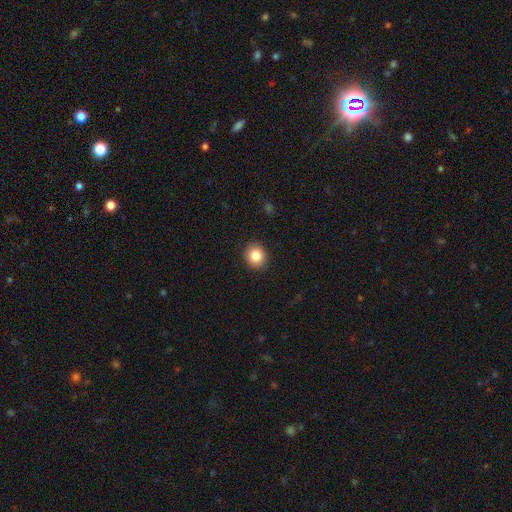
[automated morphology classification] smooth_or_featured: smooth (p=0.85) [alt: star or artifact p=0.09]
how_rounded: round (p=0.78) [alt: in between p=0.21]
merging: none (p=0.90) [alt: minor disturbance p=0.07]